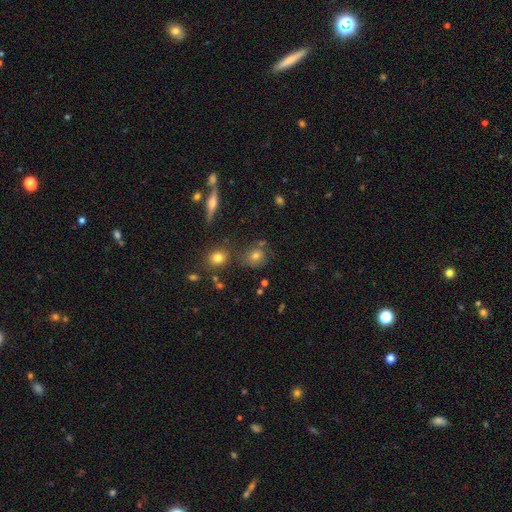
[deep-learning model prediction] Smooth or featured?
  - smooth: 61% *
  - featured or disk: 21%
  - star or artifact: 18%
How rounded?
  - round: 73% *
  - in between: 25%
  - cigar-shaped: 3%
Merging?
  - none: 73% *
  - minor disturbance: 15%
  - merger: 8%
  - major disturbance: 5%